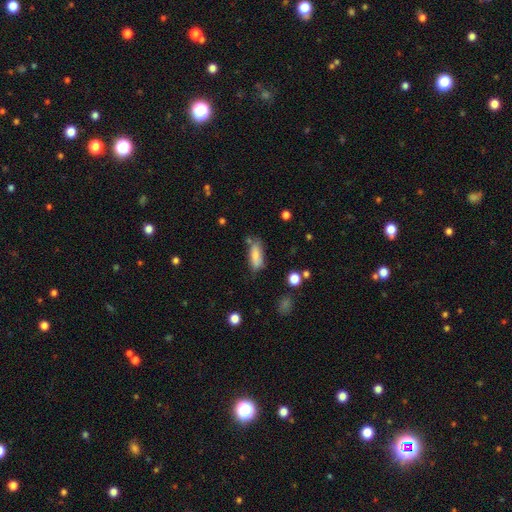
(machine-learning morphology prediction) smooth-or-featured: smooth: 80% | featured or disk: 12% | star or artifact: 8%
  how-rounded: in between: 72% | cigar-shaped: 25% | round: 2%
  merging: none: 64% | minor disturbance: 23% | merger: 7% | major disturbance: 6%